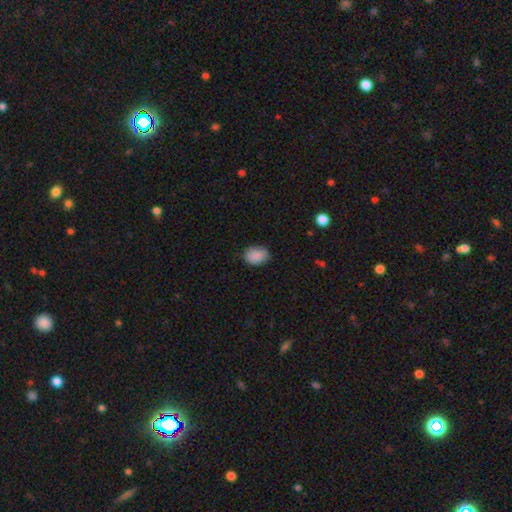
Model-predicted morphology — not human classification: This is clearly a smooth galaxy (88%). How rounded: likely in between (69%). Merging: likely none (78%).